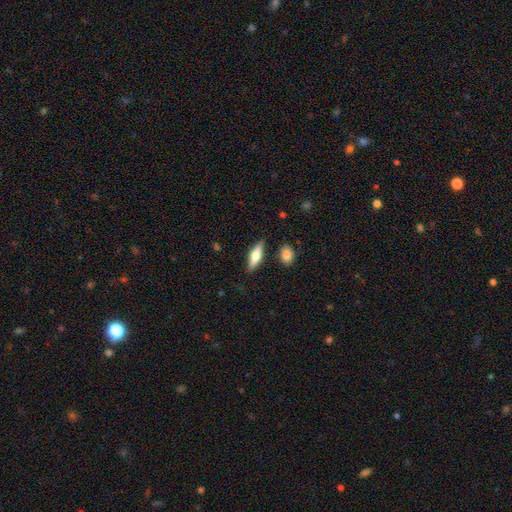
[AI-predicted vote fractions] Smooth or featured: smooth — 53% (featured or disk — 40%)
How rounded: cigar-shaped — 52% (in between — 45%)
Merging: none — 84% (minor disturbance — 11%)